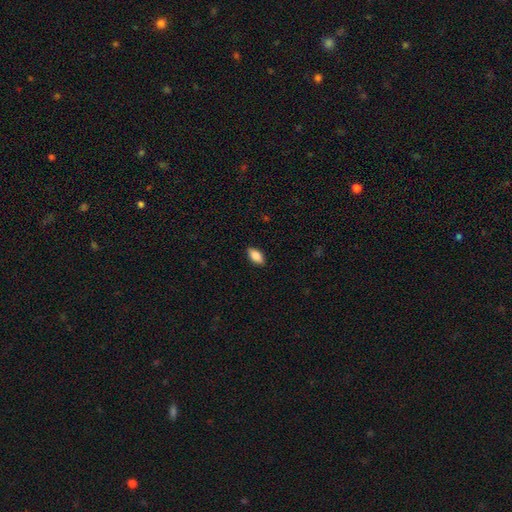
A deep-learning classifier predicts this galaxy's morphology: Smooth or featured?
  - smooth: 86% *
  - featured or disk: 8%
  - star or artifact: 7%
How rounded?
  - in between: 91% *
  - cigar-shaped: 6%
  - round: 3%
Merging?
  - none: 88% *
  - minor disturbance: 9%
  - major disturbance: 2%
  - merger: 1%